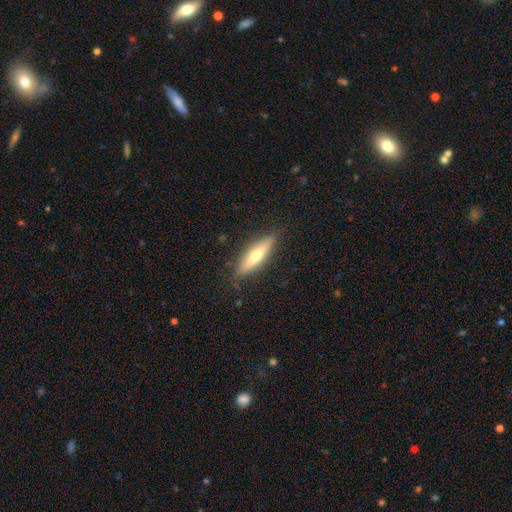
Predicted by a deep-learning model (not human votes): Smooth or featured: smooth — 55% (featured or disk — 39%)
How rounded: cigar-shaped — 75% (in between — 23%)
Merging: none — 85% (minor disturbance — 11%)